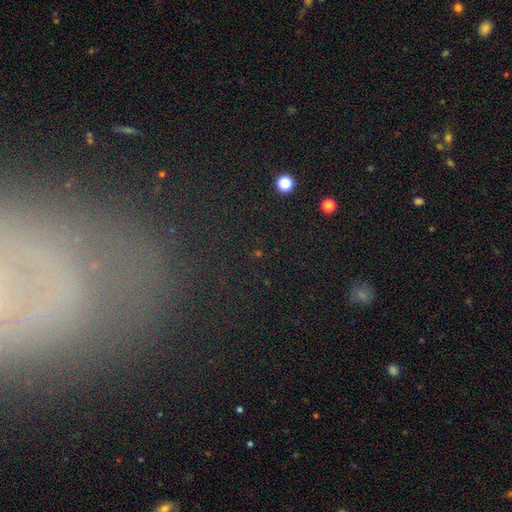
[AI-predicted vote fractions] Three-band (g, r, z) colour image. It shows a star or artifact, not a galaxy (39%).